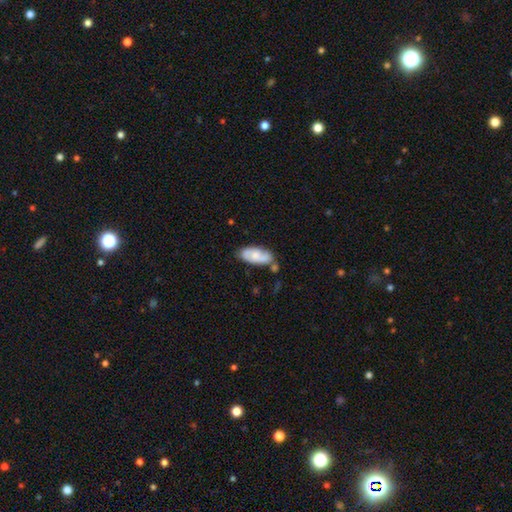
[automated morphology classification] A smooth galaxy with no disk features (54%) that is in between round and cigar-shaped (85%).

Vote fractions:
- Smooth or featured? smooth: 54% / featured or disk: 40% / star or artifact: 6%
- How rounded? in between: 85% / cigar-shaped: 13% / round: 3%
- Merging? none: 59% / minor disturbance: 22% / merger: 13% / major disturbance: 6%